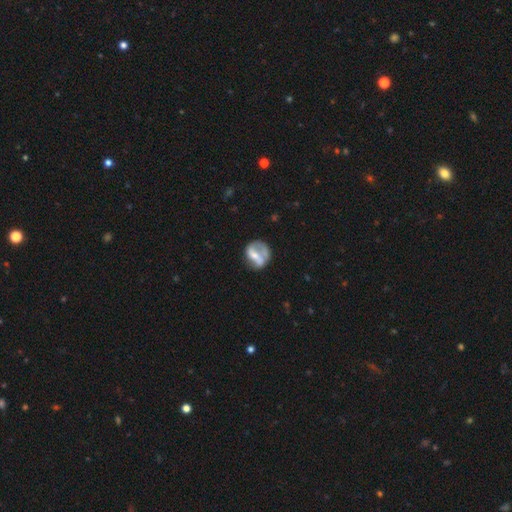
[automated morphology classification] Smooth or featured?
  - featured or disk: 52% *
  - smooth: 40%
  - star or artifact: 7%
Edge-on disk?
  - no: 96% *
  - yes: 4%
Bar?
  - no: 45% *
  - weak: 31%
  - strong: 24%
Spiral arms?
  - no: 61% *
  - yes: 39%
Bulge size?
  - moderate: 40% *
  - small: 38%
  - none: 16%
  - large: 5%
  - dominant: 1%
Merging?
  - none: 44% *
  - minor disturbance: 25%
  - major disturbance: 23%
  - merger: 9%